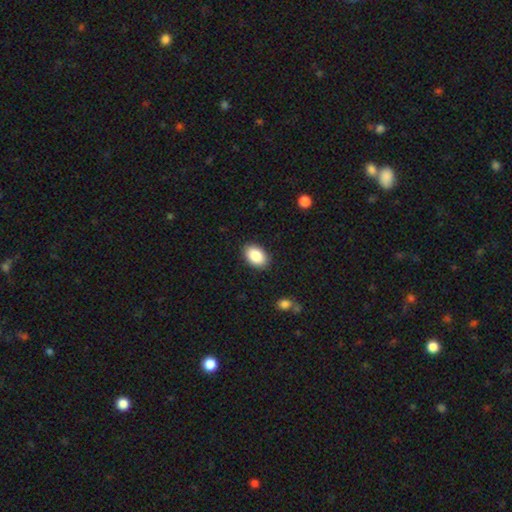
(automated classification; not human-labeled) A smooth galaxy with no disk features (88%) that is in between round and cigar-shaped (88%).

Vote fractions:
- Smooth or featured? smooth: 88% / star or artifact: 7% / featured or disk: 5%
- How rounded? in between: 88% / round: 11% / cigar-shaped: 1%
- Merging? none: 88% / minor disturbance: 9% / major disturbance: 2% / merger: 1%